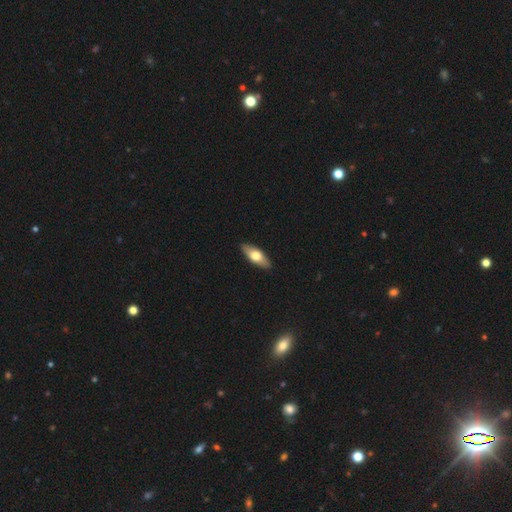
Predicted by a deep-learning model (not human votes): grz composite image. It shows a smooth galaxy with no disk features (63%) that is in between round and cigar-shaped (72%). Merging: none (90%).